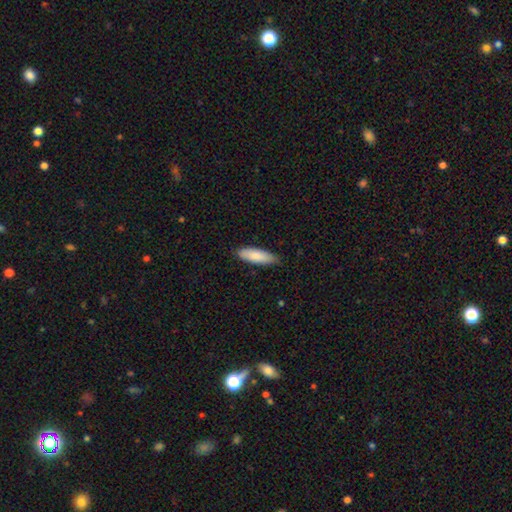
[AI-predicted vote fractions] Overall: smooth (84%). How rounded: in between (57%; cigar-shaped 41%). Merging: none (79%).